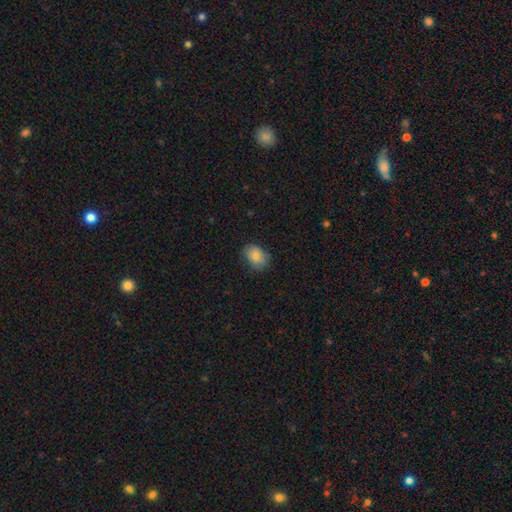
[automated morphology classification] Smooth or featured: smooth — 84% (featured or disk — 8%)
How rounded: in between — 69% (round — 30%)
Merging: none — 74% (minor disturbance — 20%)